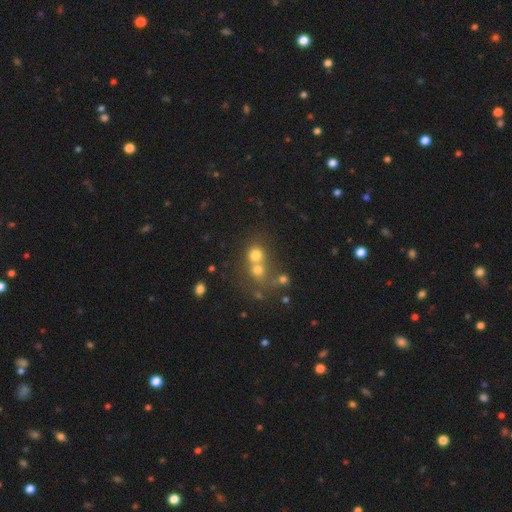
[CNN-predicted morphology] smooth-or-featured: smooth: 70% | star or artifact: 16% | featured or disk: 14%
  how-rounded: round: 81% | in between: 18% | cigar-shaped: 1%
  merging: merger: 55% | none: 35% | minor disturbance: 6% | major disturbance: 4%